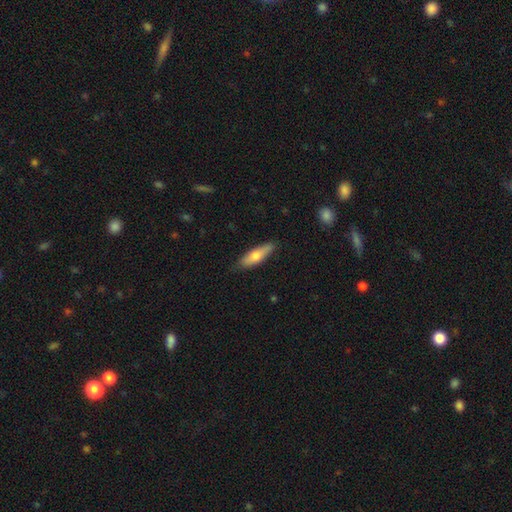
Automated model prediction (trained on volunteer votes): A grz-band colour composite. It shows a smooth galaxy with no disk features (66%) that is cigar-shaped (53%). Merging: none (83%).